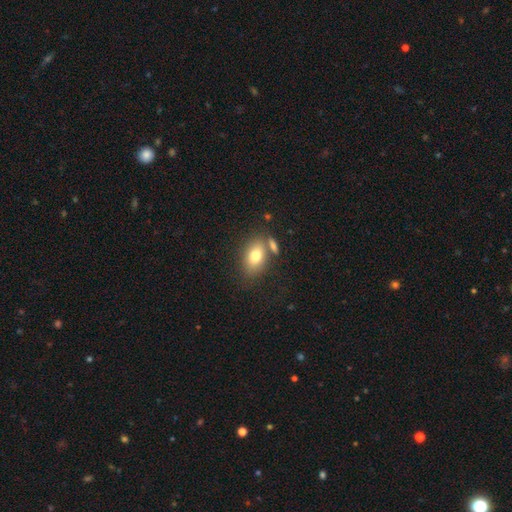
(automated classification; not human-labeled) Smooth or featured: smooth — 77% (featured or disk — 15%)
How rounded: in between — 84% (round — 13%)
Merging: none — 63% (merger — 19%)